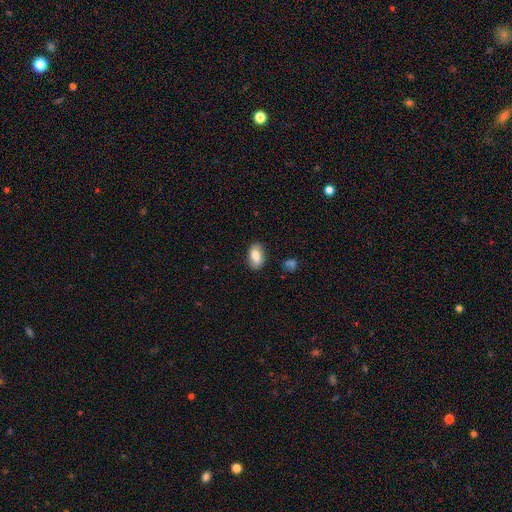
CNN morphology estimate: A smooth galaxy with no disk features (84%) that is in between round and cigar-shaped (92%). Merging: none (82%).